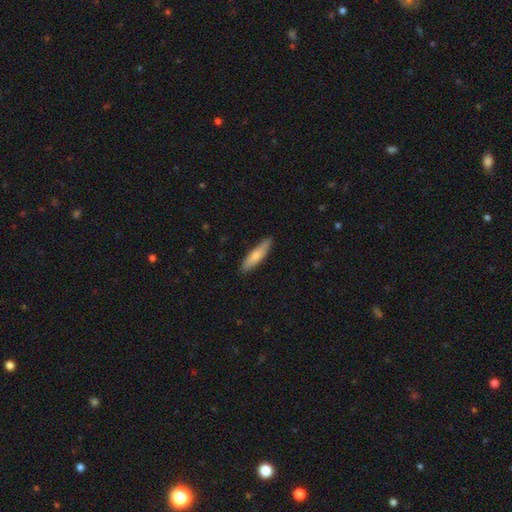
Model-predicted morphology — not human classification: Smooth or featured: smooth — 75% (featured or disk — 20%)
How rounded: cigar-shaped — 78% (in between — 21%)
Merging: none — 87% (minor disturbance — 10%)